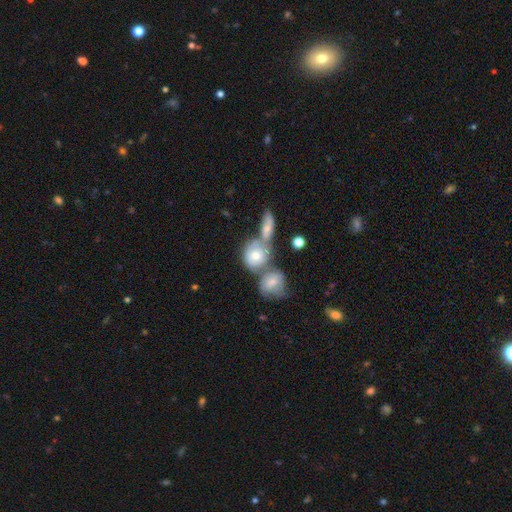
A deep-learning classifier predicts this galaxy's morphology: This appears to be a smooth galaxy with no disk features (61%) that is round (65%). Merging: merger (54%).